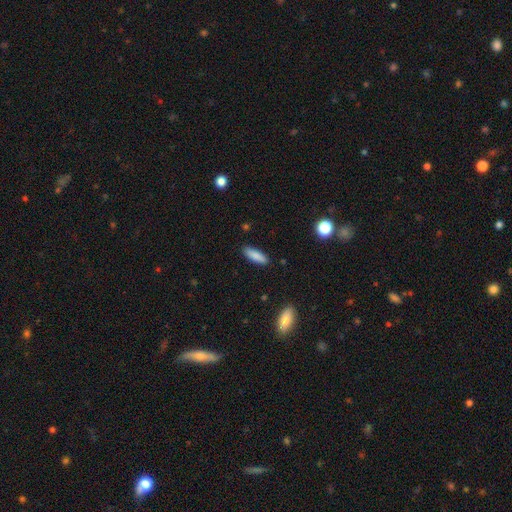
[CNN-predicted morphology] A smooth galaxy with no disk features (86%) that is cigar-shaped (50%). Merging: none (88%).